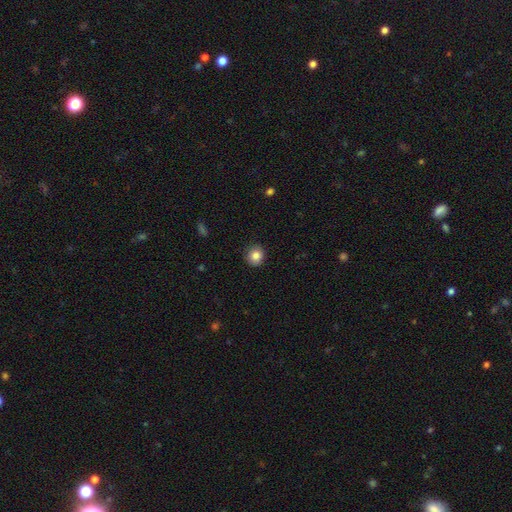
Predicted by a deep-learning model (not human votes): Smooth or featured: smooth — 84% (star or artifact — 10%)
How rounded: round — 89% (in between — 10%)
Merging: none — 89% (minor disturbance — 8%)